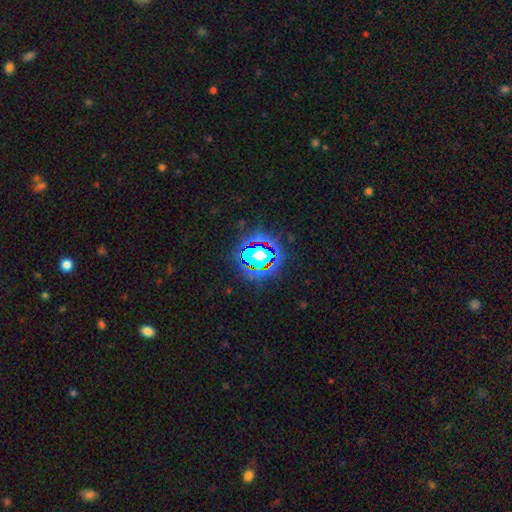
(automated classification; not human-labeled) star or artifact 78%, smooth 14%, featured or disk 9%.